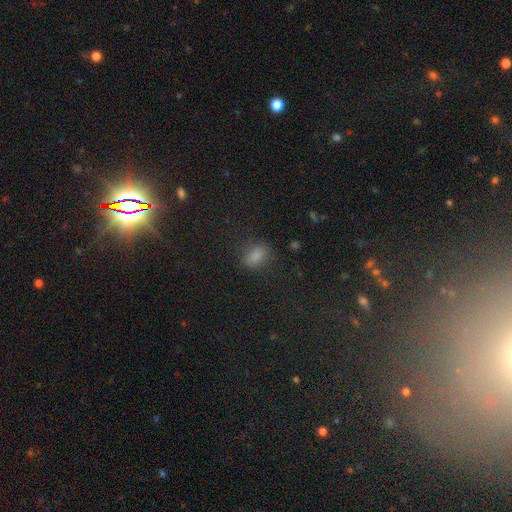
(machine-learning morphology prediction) Q: Smooth or featured?
A: smooth (66%); runner-up: star or artifact (26%)
Q: How rounded?
A: in between (80%); runner-up: round (15%)
Q: Merging?
A: none (79%); runner-up: minor disturbance (13%)